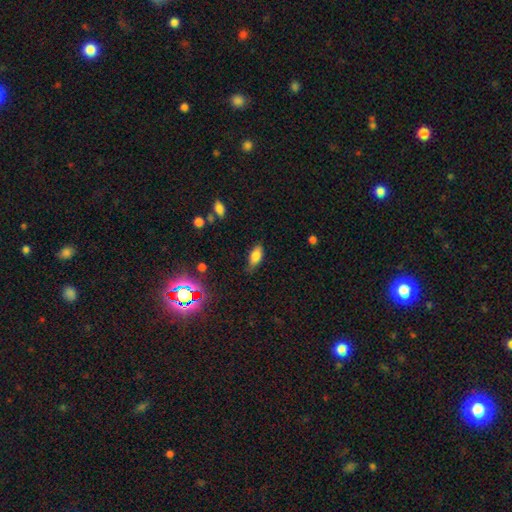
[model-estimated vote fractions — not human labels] A smooth galaxy with no disk features (77%) that is in between round and cigar-shaped (84%). Merging: none (73%).